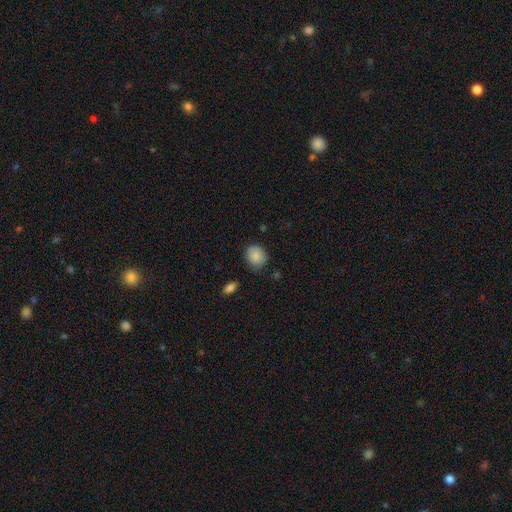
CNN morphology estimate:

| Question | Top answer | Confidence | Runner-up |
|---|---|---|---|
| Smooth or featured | smooth | 86% | star or artifact (8%) |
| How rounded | round | 70% | in between (29%) |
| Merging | none | 75% | minor disturbance (20%) |